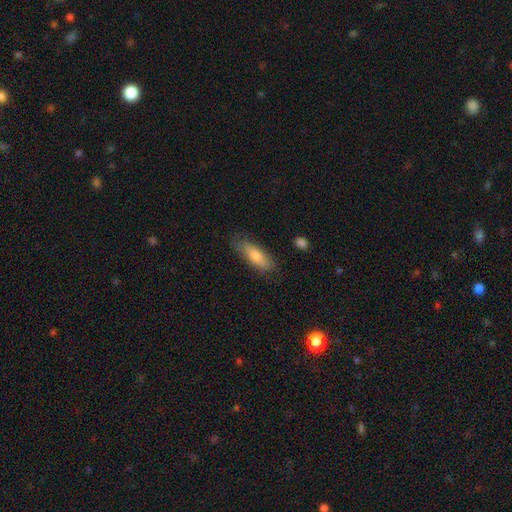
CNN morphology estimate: Q: Smooth or featured?
A: smooth (72%); runner-up: featured or disk (22%)
Q: How rounded?
A: in between (55%); runner-up: cigar-shaped (43%)
Q: Merging?
A: none (77%); runner-up: minor disturbance (18%)